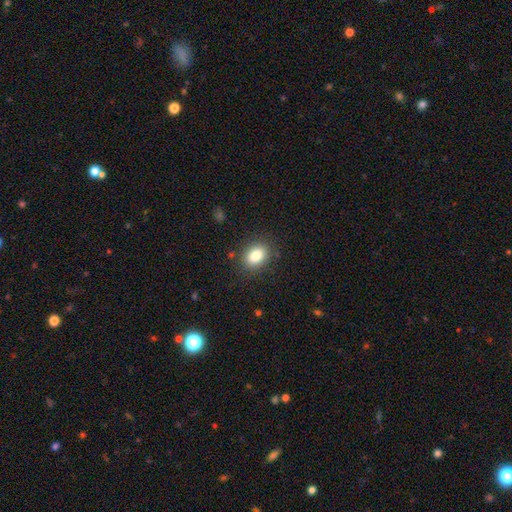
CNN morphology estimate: A smooth galaxy with no disk features (85%) that is in between round and cigar-shaped (71%).

Vote fractions:
- Smooth or featured? smooth: 85% / star or artifact: 9% / featured or disk: 6%
- How rounded? in between: 71% / round: 28% / cigar-shaped: 1%
- Merging? none: 86% / minor disturbance: 10% / major disturbance: 3% / merger: 1%